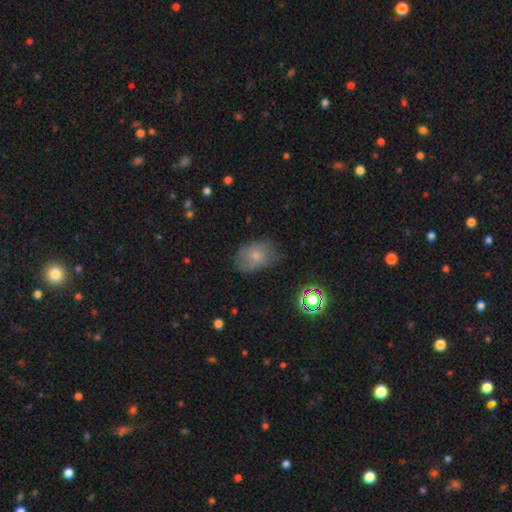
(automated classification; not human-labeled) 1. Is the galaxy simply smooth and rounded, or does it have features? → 65% smooth, 23% featured or disk, 12% star or artifact.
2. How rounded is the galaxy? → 74% in between, 24% round, 1% cigar-shaped.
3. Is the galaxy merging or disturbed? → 63% none, 26% minor disturbance, 8% major disturbance, 2% merger.